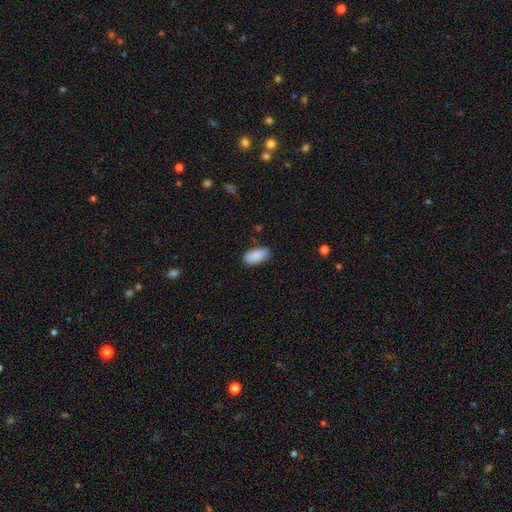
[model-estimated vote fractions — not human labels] This appears to be a smooth galaxy with no disk features (90%) that is in between round and cigar-shaped (94%). Merging: none (84%).